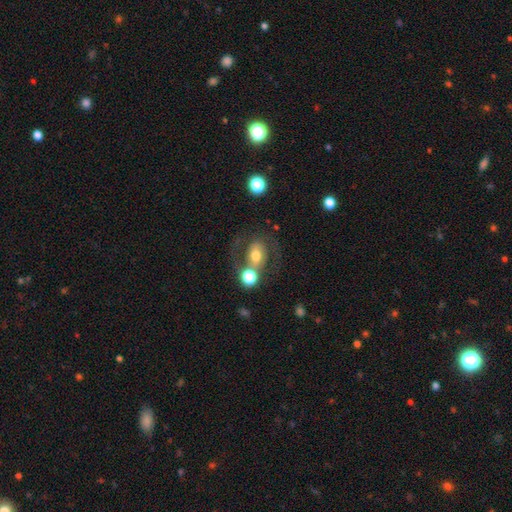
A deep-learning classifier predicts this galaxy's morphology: A featured or disk galaxy (46%). Merging: none (49%).